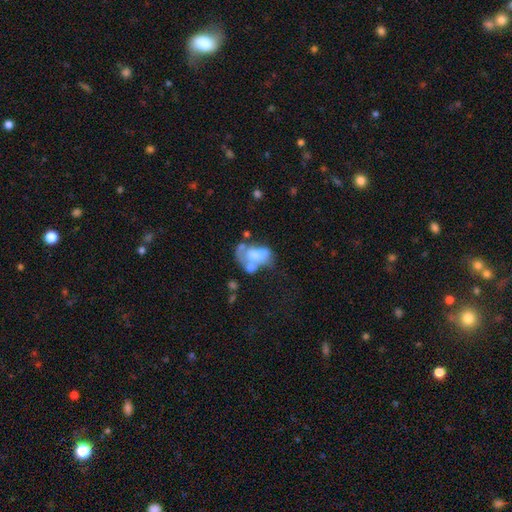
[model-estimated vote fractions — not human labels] Morphology: type=featured or disk (51%); edge-on=no (97%); merging=merger (46%).